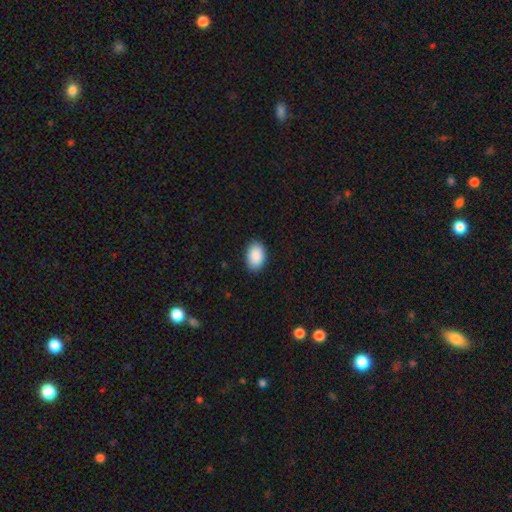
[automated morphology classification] smooth 91%, star or artifact 6%, featured or disk 3%. Down the decision tree: how rounded — in between (89%); merging — none (87%).